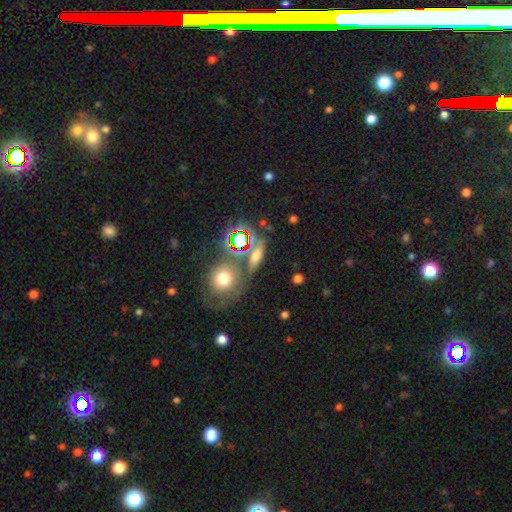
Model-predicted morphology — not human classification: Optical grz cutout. It shows a smooth galaxy with no disk features (49%). Merging: none (68%).